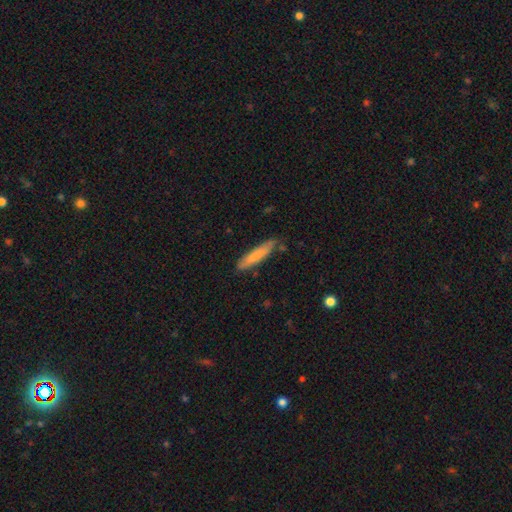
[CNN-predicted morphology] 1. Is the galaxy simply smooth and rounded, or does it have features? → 77% smooth, 17% featured or disk, 6% star or artifact.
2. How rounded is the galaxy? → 88% cigar-shaped, 11% in between, 1% round.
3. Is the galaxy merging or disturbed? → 80% none, 15% minor disturbance, 3% merger, 2% major disturbance.